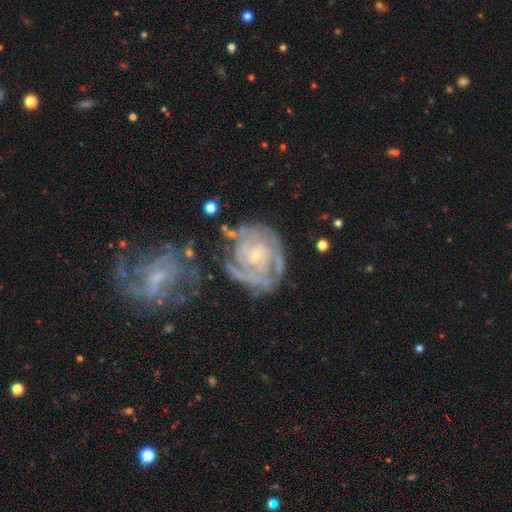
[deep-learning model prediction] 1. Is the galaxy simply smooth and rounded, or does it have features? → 86% featured or disk, 7% smooth, 6% star or artifact.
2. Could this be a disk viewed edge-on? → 97% no, 3% yes.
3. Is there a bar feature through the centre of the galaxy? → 70% no, 23% weak, 7% strong.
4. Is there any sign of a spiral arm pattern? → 95% yes, 5% no.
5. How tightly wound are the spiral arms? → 73% tight, 23% medium, 5% loose.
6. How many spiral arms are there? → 29% can't tell, 25% 3, 17% 2, 16% 4, 7% more than 4, 6% 1.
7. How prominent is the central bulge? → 82% small, 13% moderate, 3% none, 1% large, 1% dominant.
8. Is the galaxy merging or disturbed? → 59% none, 21% minor disturbance, 12% major disturbance, 9% merger.